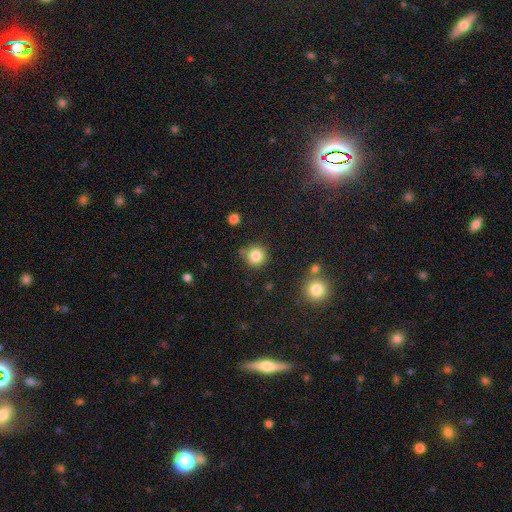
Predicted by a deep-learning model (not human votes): Overall: smooth (84%). How rounded: round (93%). Merging: none (78%).